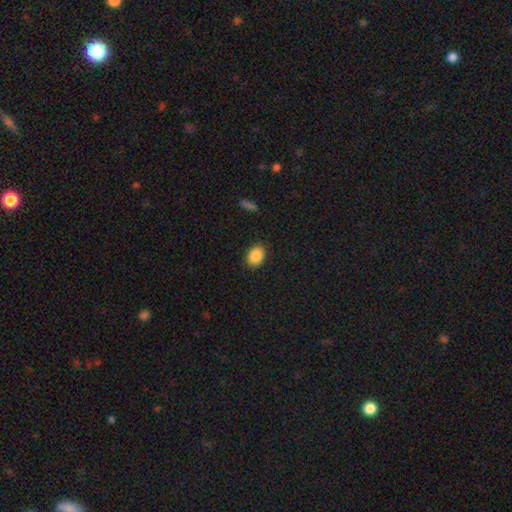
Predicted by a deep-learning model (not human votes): smooth-or-featured: smooth: 87% | star or artifact: 8% | featured or disk: 5%
  how-rounded: in between: 69% | round: 30% | cigar-shaped: 1%
  merging: none: 89% | minor disturbance: 8% | major disturbance: 2% | merger: 1%